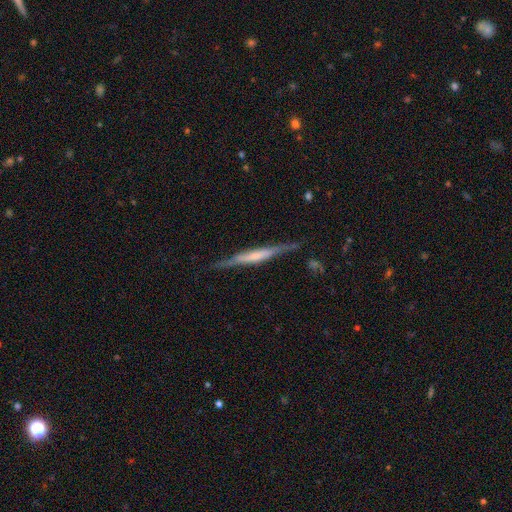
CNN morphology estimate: The model was most divided on "edge-on bulge": none: 42%, boxy: 33%, rounded: 25%. More confident: edge-on disk — yes (93%); merging — none (76%); smooth or featured — featured or disk (64%).